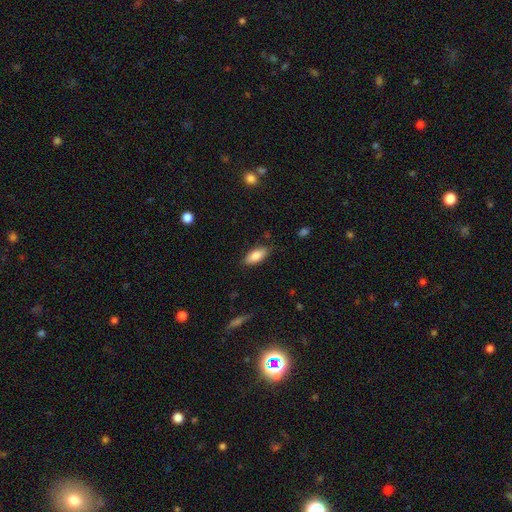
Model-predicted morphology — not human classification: This is clearly a smooth galaxy (84%). How rounded: clearly in between (85%). Merging: clearly none (83%).